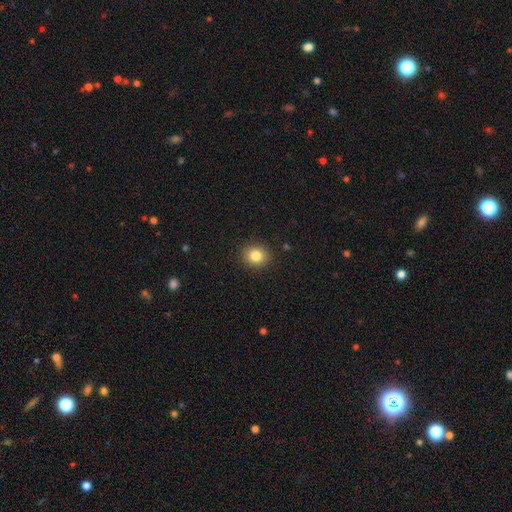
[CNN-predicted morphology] Overall: smooth (83%). How rounded: round (75%). Merging: none (90%).